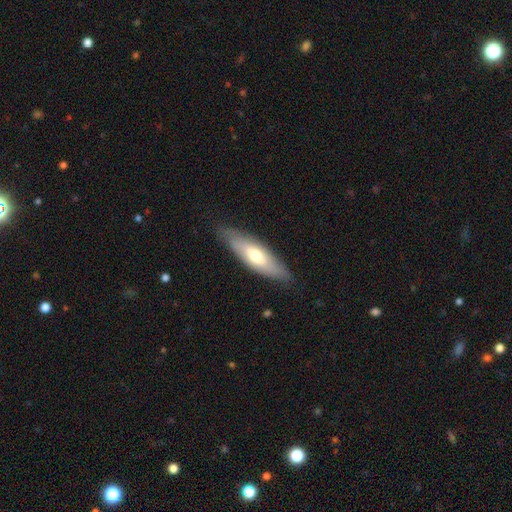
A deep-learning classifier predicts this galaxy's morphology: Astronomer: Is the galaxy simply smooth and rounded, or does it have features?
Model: smooth — 57% (runner-up: featured or disk, 37%).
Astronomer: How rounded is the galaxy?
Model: cigar-shaped — 51% (runner-up: in between, 48%).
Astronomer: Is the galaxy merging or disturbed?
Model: none — 82%.